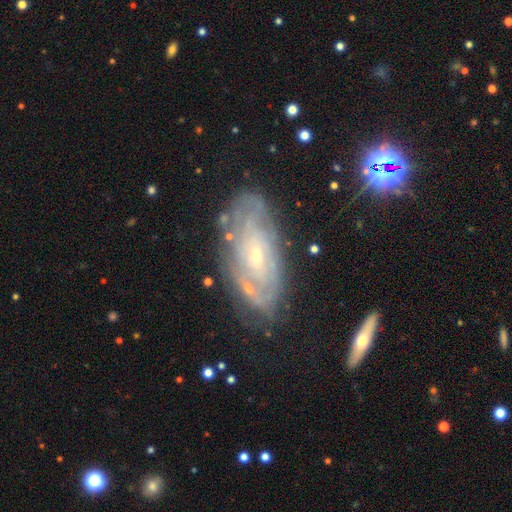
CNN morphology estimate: smooth_or_featured: featured or disk (p=0.76) [alt: smooth p=0.16]
disk_edge_on: no (p=0.89) [alt: yes p=0.11]
bar: no (p=0.65) [alt: weak p=0.28]
has_spiral_arms: yes (p=0.78) [alt: no p=0.22]
spiral_winding: tight (p=0.71) [alt: medium p=0.22]
spiral_arm_count: can't tell (p=0.64) [alt: 2 p=0.16]
bulge_size: small (p=0.71) [alt: moderate p=0.25]
merging: none (p=0.74) [alt: minor disturbance p=0.18]